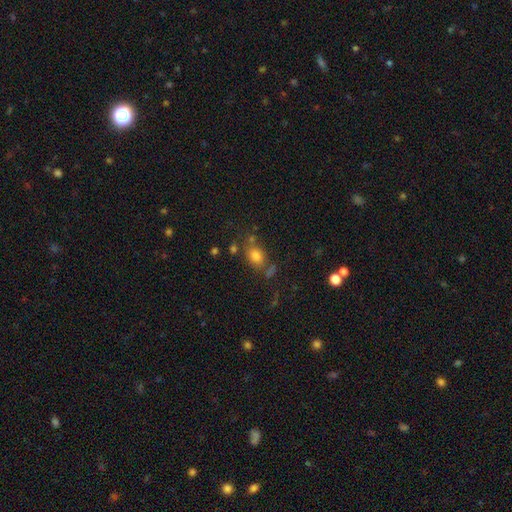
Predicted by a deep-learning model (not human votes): A smooth galaxy with no disk features (75%) that is in between round and cigar-shaped (57%). Merging: none (64%).